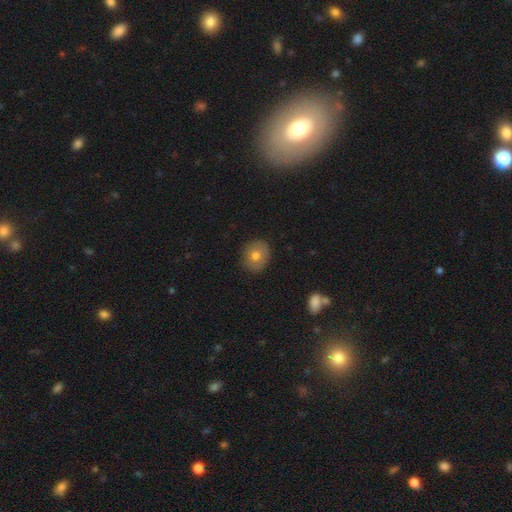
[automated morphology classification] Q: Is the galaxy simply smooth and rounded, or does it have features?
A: smooth — 70%.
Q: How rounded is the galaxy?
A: round — 74%.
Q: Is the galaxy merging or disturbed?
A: none — 86%.